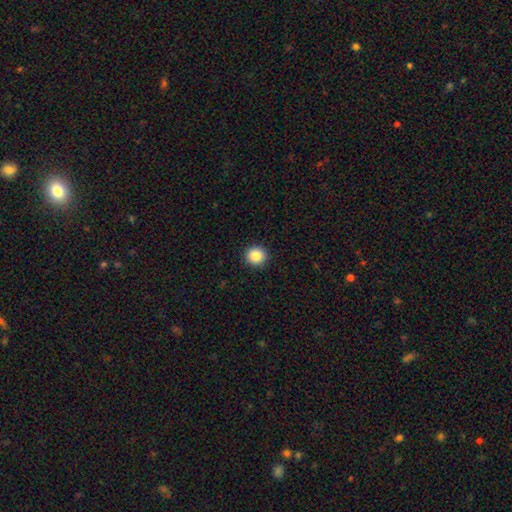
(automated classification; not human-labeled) The model was most divided on "smooth or featured": smooth: 87%, star or artifact: 10%, featured or disk: 4%. More confident: how rounded — round (93%); merging — none (93%).